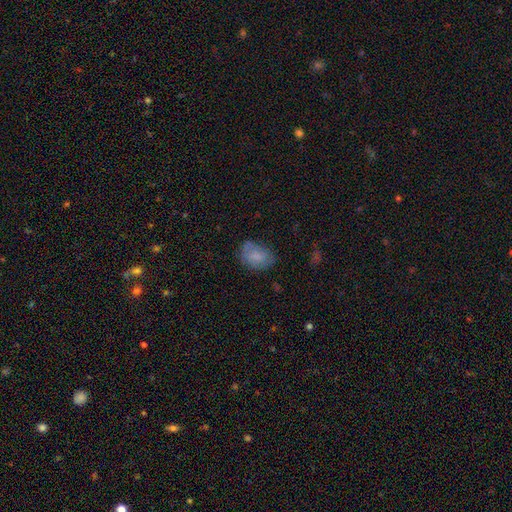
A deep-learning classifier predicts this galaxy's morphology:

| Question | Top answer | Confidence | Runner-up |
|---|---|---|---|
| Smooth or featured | smooth | 69% | featured or disk (22%) |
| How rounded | in between | 76% | round (22%) |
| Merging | none | 65% | minor disturbance (25%) |